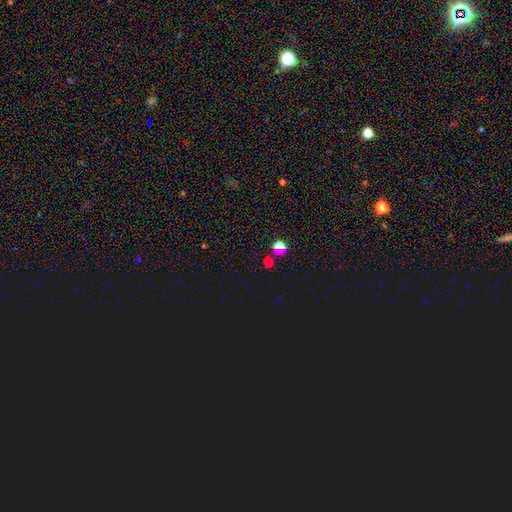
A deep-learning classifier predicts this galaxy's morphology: A star or artifact, not a galaxy (56%).

Vote fractions:
- Smooth or featured? star or artifact: 56% / smooth: 38% / featured or disk: 6%